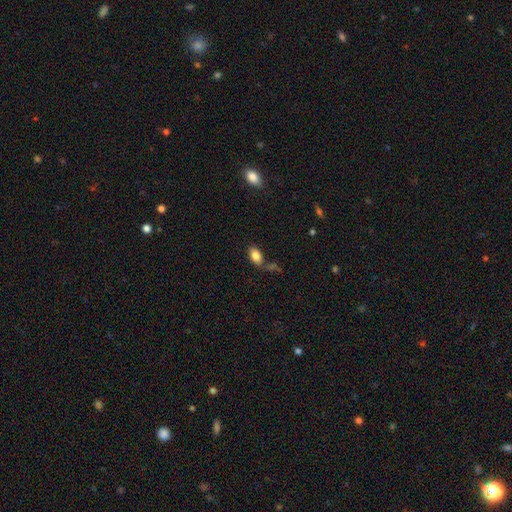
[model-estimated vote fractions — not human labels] smooth-or-featured: smooth: 83% | featured or disk: 9% | star or artifact: 8%
  how-rounded: in between: 91% | round: 7% | cigar-shaped: 3%
  merging: none: 63% | minor disturbance: 16% | merger: 15% | major disturbance: 6%